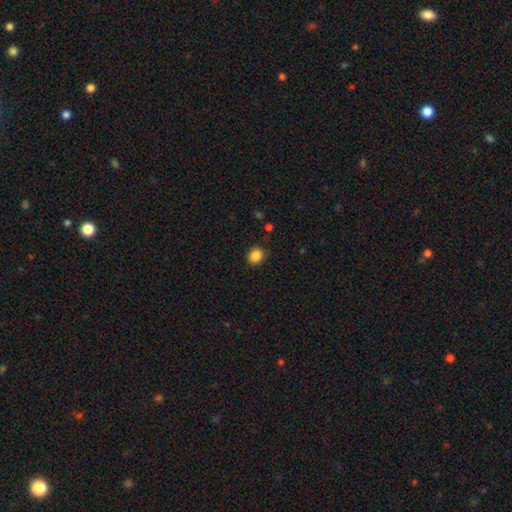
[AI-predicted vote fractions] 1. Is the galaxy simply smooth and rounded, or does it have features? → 86% smooth, 10% star or artifact, 3% featured or disk.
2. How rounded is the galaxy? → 75% round, 24% in between, 1% cigar-shaped.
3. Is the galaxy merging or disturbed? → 88% none, 8% minor disturbance, 2% major disturbance, 1% merger.